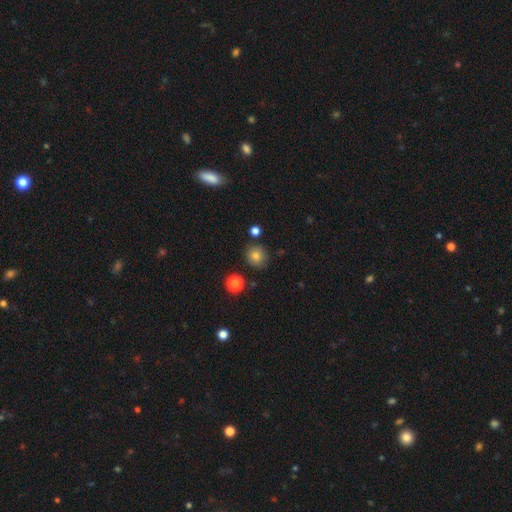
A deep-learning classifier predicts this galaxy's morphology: smooth 79%, star or artifact 13%, featured or disk 8%. Down the decision tree: how rounded — round (89%); merging — none (85%).